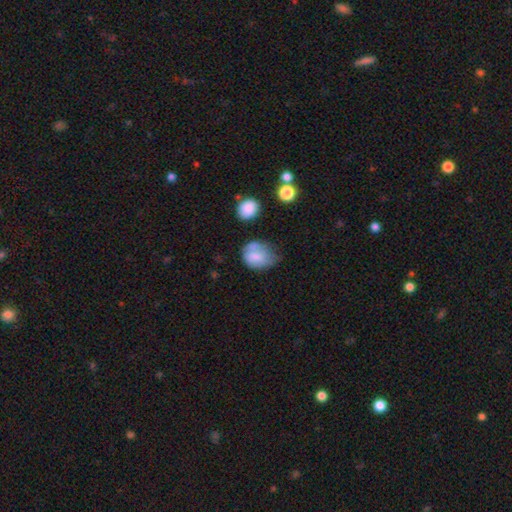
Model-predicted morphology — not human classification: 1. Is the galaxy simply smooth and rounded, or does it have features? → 71% smooth, 20% featured or disk, 9% star or artifact.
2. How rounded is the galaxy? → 52% in between, 47% round, 1% cigar-shaped.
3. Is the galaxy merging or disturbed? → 36% minor disturbance (tied), 36% none (tied), 17% major disturbance, 11% merger.